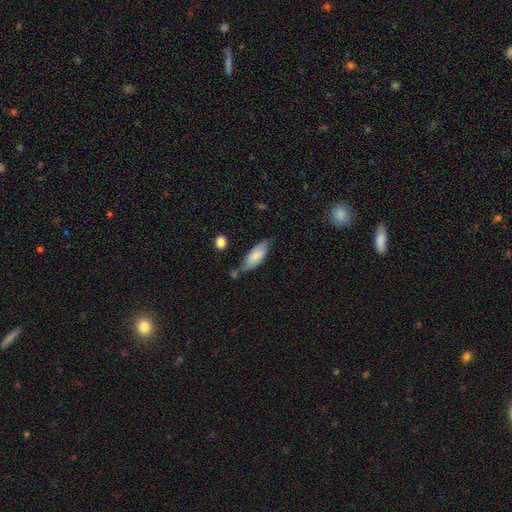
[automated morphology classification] Smooth or featured: smooth — 76% (featured or disk — 18%)
How rounded: in between — 74% (cigar-shaped — 25%)
Merging: none — 59% (minor disturbance — 27%)